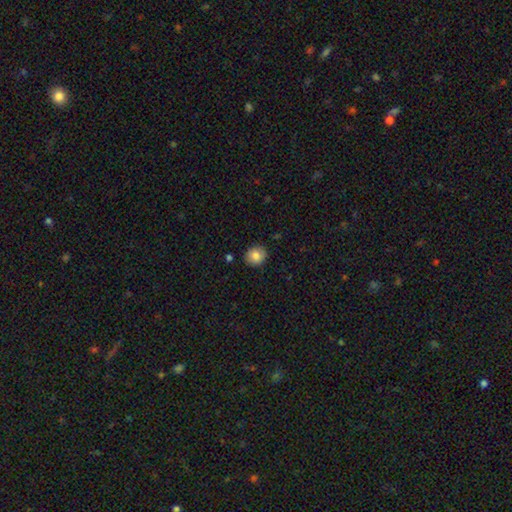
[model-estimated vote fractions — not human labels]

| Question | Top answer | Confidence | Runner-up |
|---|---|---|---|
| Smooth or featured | smooth | 84% | star or artifact (9%) |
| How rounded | round | 76% | in between (23%) |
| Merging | none | 88% | minor disturbance (9%) |